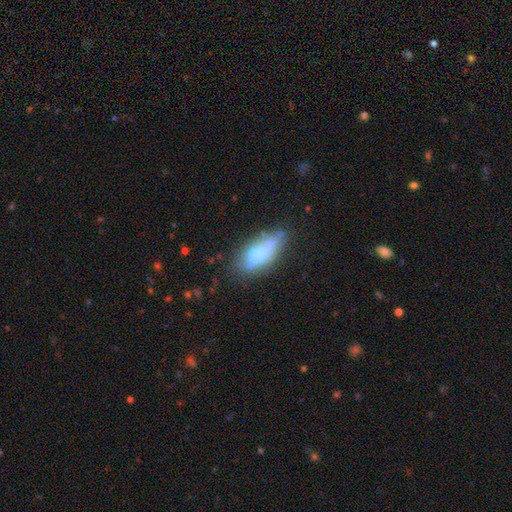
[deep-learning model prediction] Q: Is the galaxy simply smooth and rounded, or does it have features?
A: smooth — 54%.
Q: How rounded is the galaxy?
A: in between — 76%.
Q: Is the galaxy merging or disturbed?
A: none — 40%.